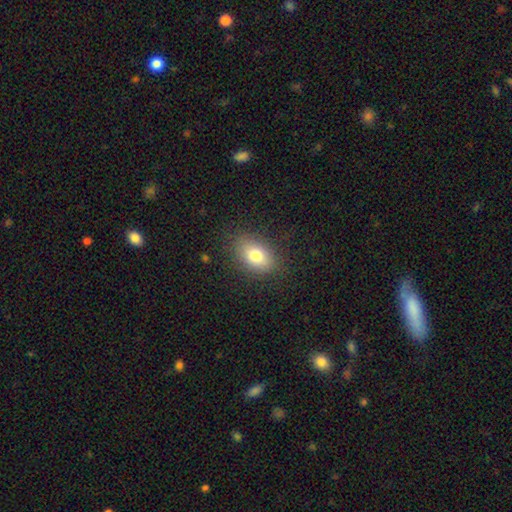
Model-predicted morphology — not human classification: smooth_or_featured: smooth (p=0.78) [alt: featured or disk p=0.12]
how_rounded: in between (p=0.82) [alt: round p=0.16]
merging: none (p=0.84) [alt: minor disturbance p=0.11]